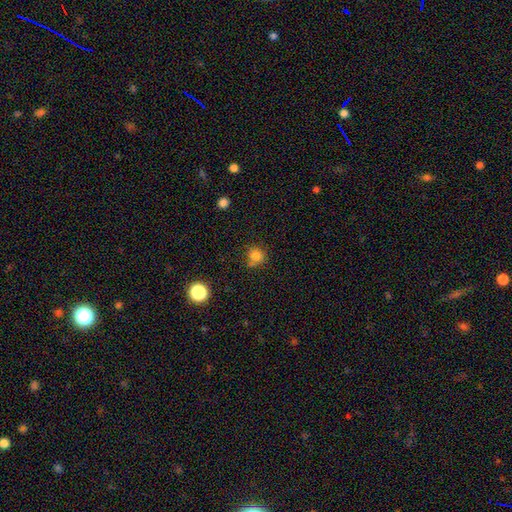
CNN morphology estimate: Smooth or featured? smooth (80%)
How rounded? round (87%)
Merging? none (65%)